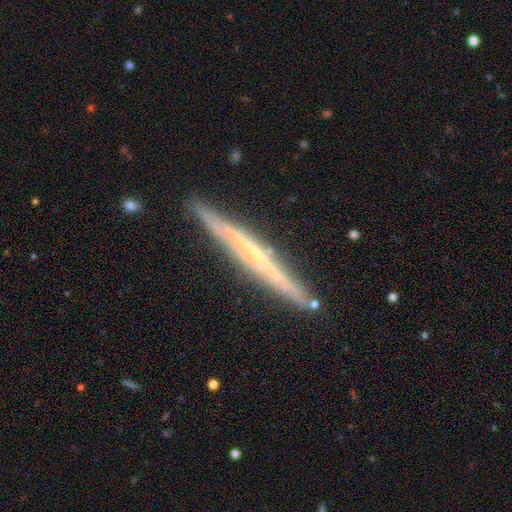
This is clearly a featured or disk galaxy (85%). It is clearly viewed edge-on (100%). Edge-on bulge: clearly none (88%). Merging: clearly none (85%).